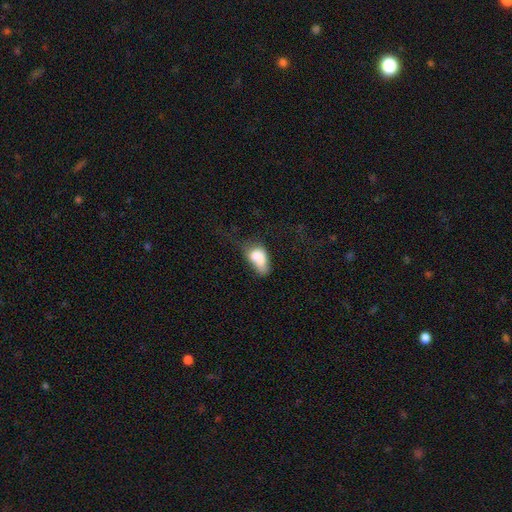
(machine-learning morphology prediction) A smooth galaxy with no disk features (70%) that is in between round and cigar-shaped (84%). Merging: merger (36%).